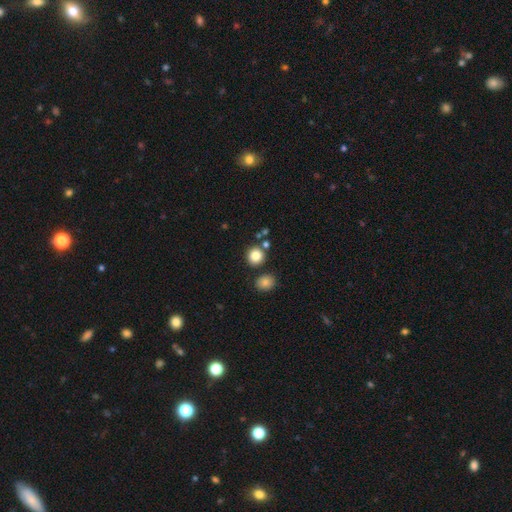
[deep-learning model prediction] smooth 83%, star or artifact 11%, featured or disk 5%. Down the decision tree: how rounded — round (89%); merging — none (79%).